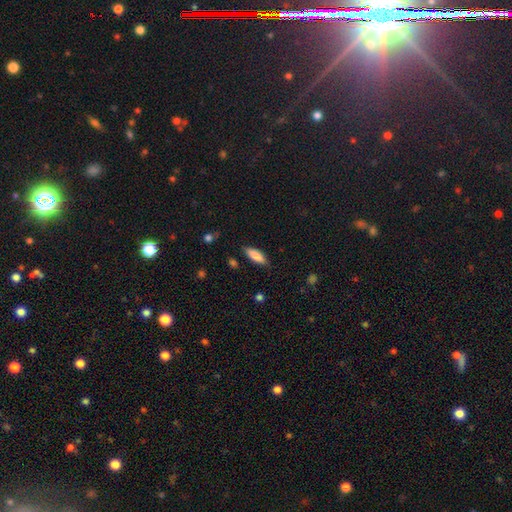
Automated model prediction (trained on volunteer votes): Q: Smooth or featured?
A: smooth (84%); runner-up: featured or disk (10%)
Q: How rounded?
A: in between (59%); runner-up: cigar-shaped (40%)
Q: Merging?
A: none (83%); runner-up: minor disturbance (13%)